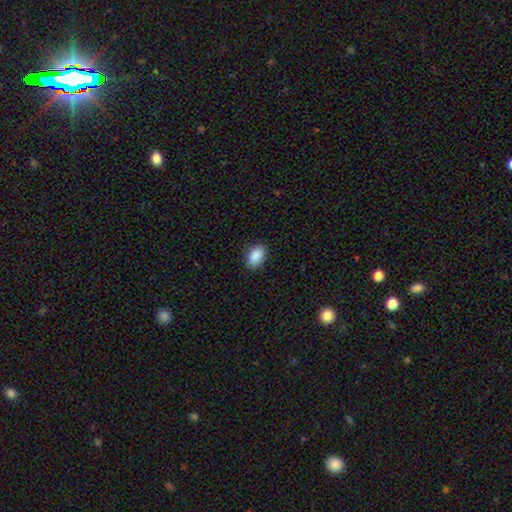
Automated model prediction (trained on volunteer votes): This is clearly a smooth galaxy (90%). How rounded: clearly in between (88%). Merging: clearly none (87%).